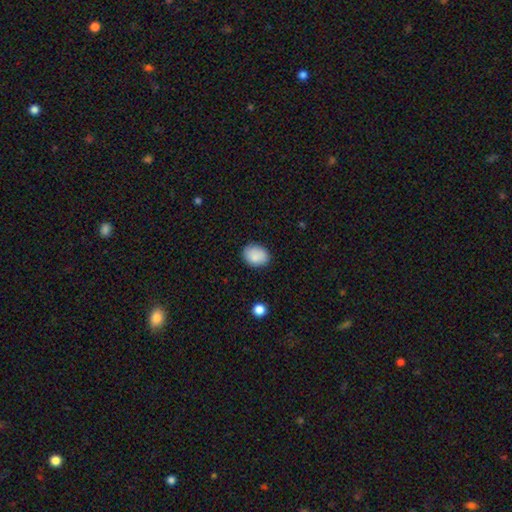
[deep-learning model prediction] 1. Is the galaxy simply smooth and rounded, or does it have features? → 88% smooth, 7% star or artifact, 5% featured or disk.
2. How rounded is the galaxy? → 67% in between, 32% round, 1% cigar-shaped.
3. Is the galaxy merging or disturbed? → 84% none, 12% minor disturbance, 3% major disturbance, 1% merger.